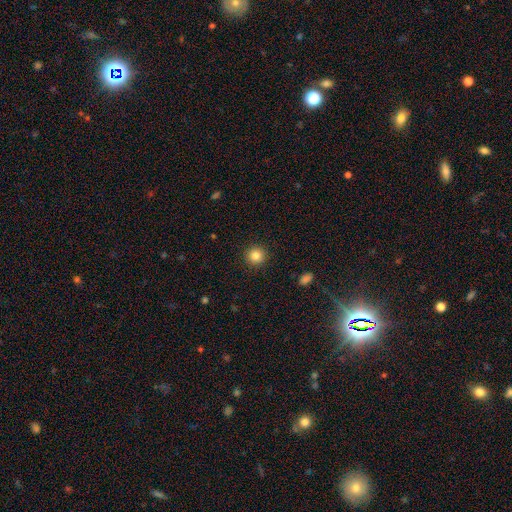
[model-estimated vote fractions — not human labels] A smooth galaxy with no disk features (85%) that is round (94%).

Vote fractions:
- Smooth or featured? smooth: 85% / star or artifact: 11% / featured or disk: 5%
- How rounded? round: 94% / in between: 5% / cigar-shaped: 1%
- Merging? none: 92% / minor disturbance: 5% / major disturbance: 2% / merger: 1%